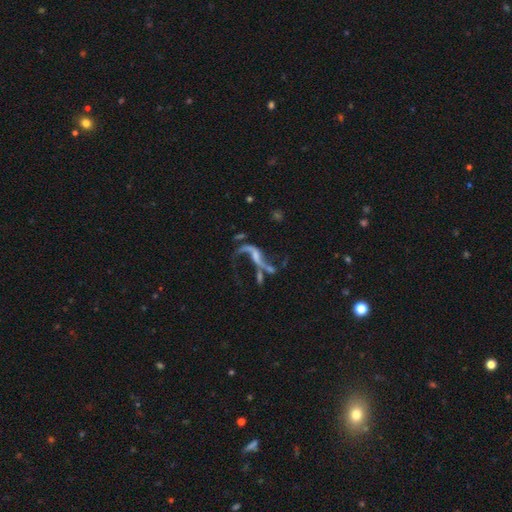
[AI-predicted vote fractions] Morphology: type=featured or disk (81%); edge-on=no (92%); bar=no (44%); spiral arms=yes (84%); winding=loose (92%); arm count=2 (81%); bulge=small (38%); merging=none (32%).